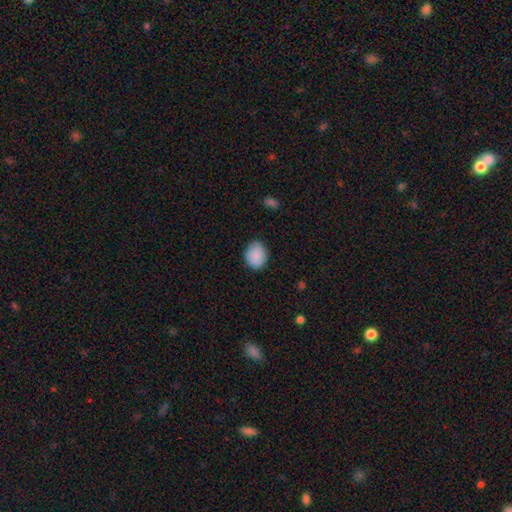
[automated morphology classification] smooth_or_featured: smooth (p=0.88) [alt: star or artifact p=0.07]
how_rounded: round (p=0.55) [alt: in between p=0.44]
merging: none (p=0.82) [alt: minor disturbance p=0.14]